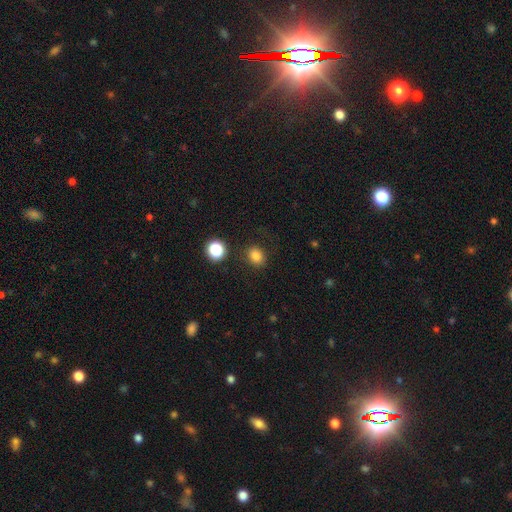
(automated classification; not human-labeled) smooth-or-featured: smooth: 82% | star or artifact: 13% | featured or disk: 5%
  how-rounded: round: 59% | in between: 40% | cigar-shaped: 1%
  merging: none: 84% | minor disturbance: 10% | major disturbance: 3% | merger: 3%